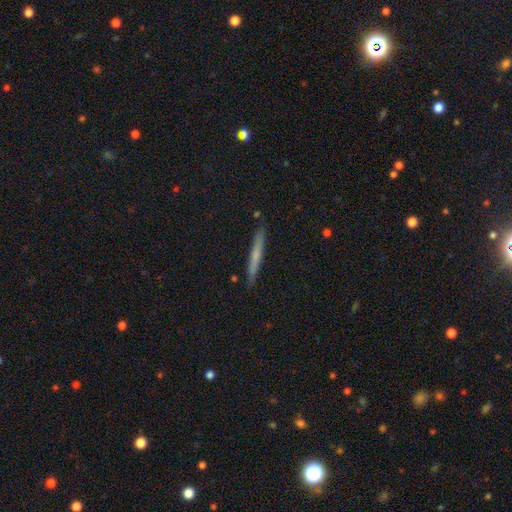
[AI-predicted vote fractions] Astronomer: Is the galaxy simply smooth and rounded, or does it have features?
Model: smooth — 59% (runner-up: featured or disk, 34%).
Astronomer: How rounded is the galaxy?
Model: cigar-shaped — 96%.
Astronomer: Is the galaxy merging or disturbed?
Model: none — 89%.